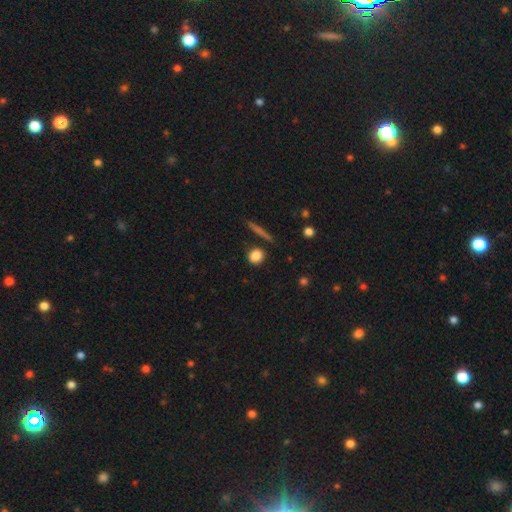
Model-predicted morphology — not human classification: smooth_or_featured: smooth (p=0.85) [alt: star or artifact p=0.09]
how_rounded: round (p=0.77) [alt: in between p=0.19]
merging: none (p=0.82) [alt: minor disturbance p=0.10]